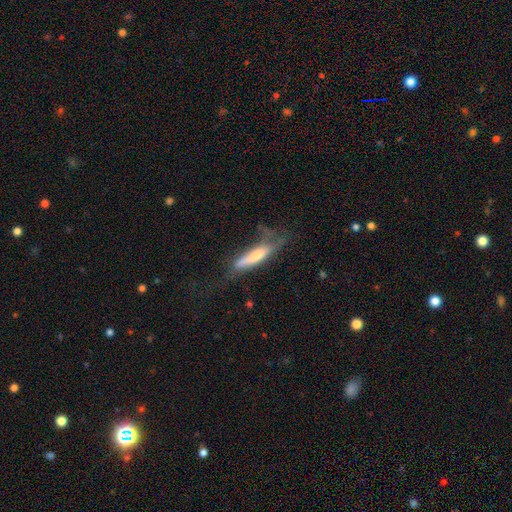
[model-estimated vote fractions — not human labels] Smooth or featured: featured or disk — 51% (smooth — 39%)
Edge-on disk: yes — 72% (no — 28%)
Merging: none — 42% (major disturbance — 27%)